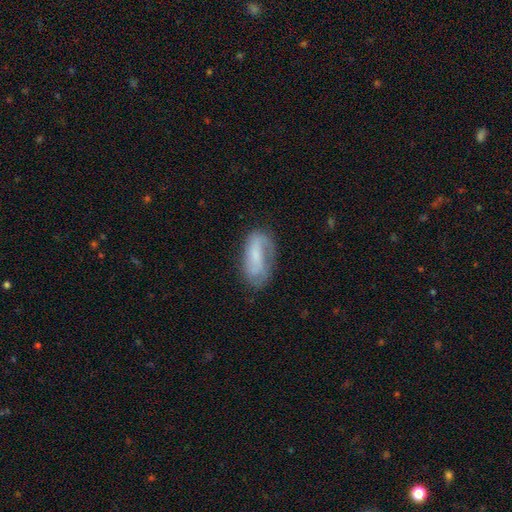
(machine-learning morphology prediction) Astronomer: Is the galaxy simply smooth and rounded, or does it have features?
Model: featured or disk — 49% (runner-up: smooth, 43%).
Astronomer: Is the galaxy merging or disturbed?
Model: none — 56%.